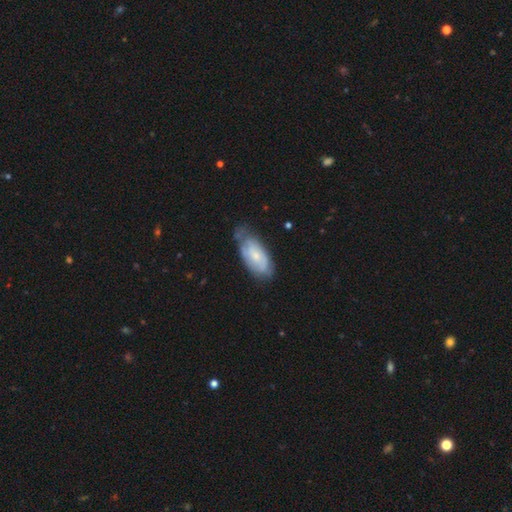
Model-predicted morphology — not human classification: Smooth or featured? Predicted: featured or disk (p=0.50). Merging? Predicted: none (p=0.53).